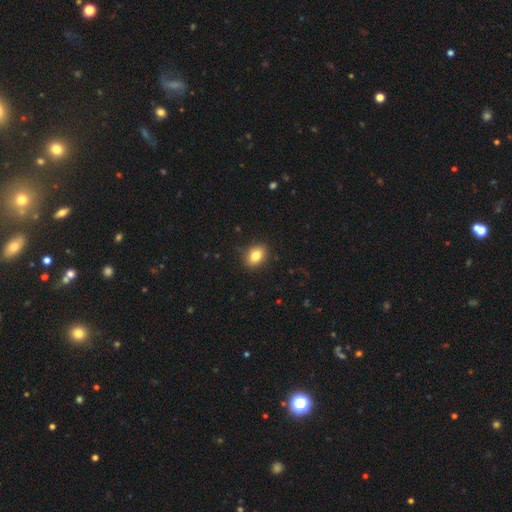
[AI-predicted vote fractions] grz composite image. It shows a smooth galaxy with no disk features (83%) that is in between round and cigar-shaped (67%). Merging: none (88%).